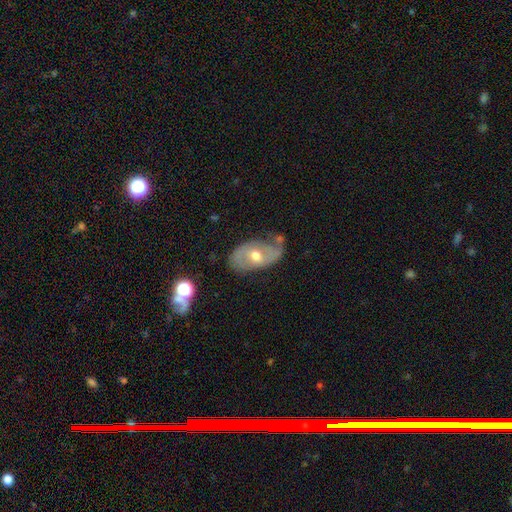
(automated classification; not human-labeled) A featured or disk galaxy (69%) with no bar (56%), spiral arms (75%) and a moderate central bulge (73%). Merging: none (62%).